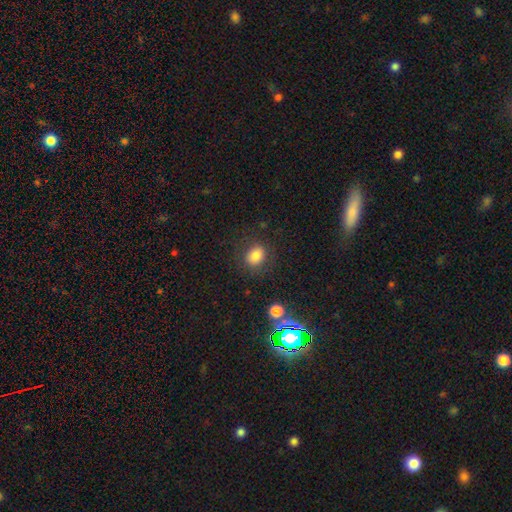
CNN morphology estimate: A smooth galaxy with no disk features (79%) that is round (50%). Merging: none (82%).